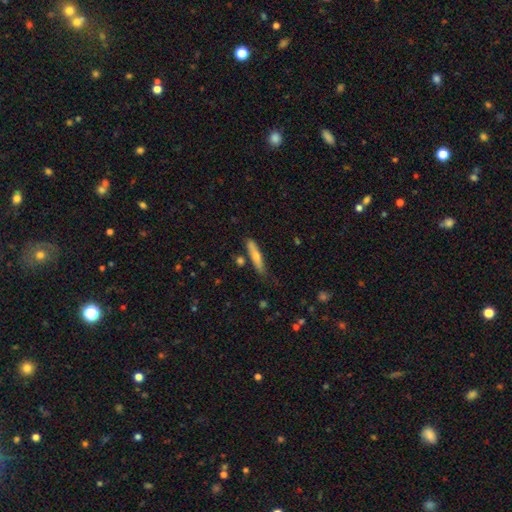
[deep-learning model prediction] The model was most divided on "smooth or featured": smooth: 61%, featured or disk: 33%, star or artifact: 6%. More confident: how rounded — cigar-shaped (85%); merging — none (73%).